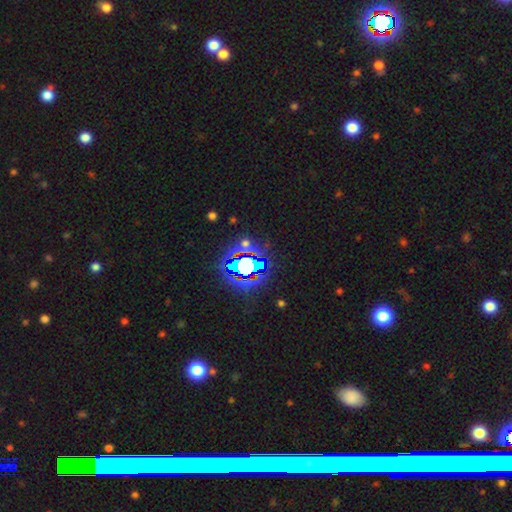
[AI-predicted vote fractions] Q: Smooth or featured?
A: star or artifact (79%); runner-up: smooth (11%)